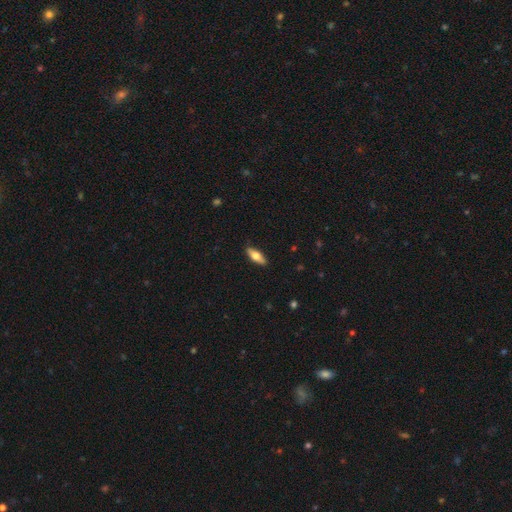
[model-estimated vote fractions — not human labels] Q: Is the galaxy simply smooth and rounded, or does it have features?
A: smooth — 61%.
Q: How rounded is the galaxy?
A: in between — 64%.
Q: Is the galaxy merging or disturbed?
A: none — 89%.